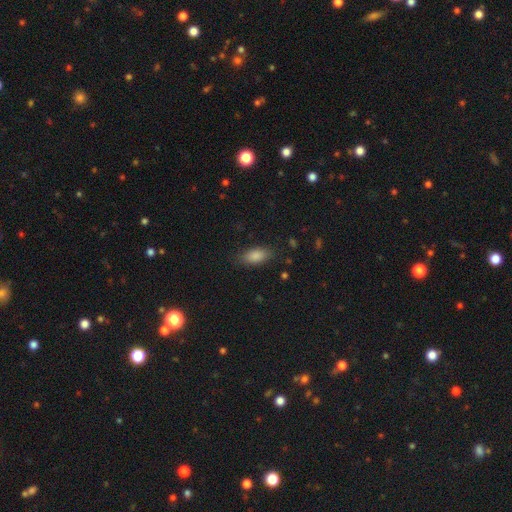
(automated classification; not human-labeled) A smooth galaxy with no disk features (86%) that is in between round and cigar-shaped (88%).

Vote fractions:
- Smooth or featured? smooth: 86% / star or artifact: 8% / featured or disk: 6%
- How rounded? in between: 88% / cigar-shaped: 8% / round: 4%
- Merging? none: 82% / minor disturbance: 13% / major disturbance: 4% / merger: 1%